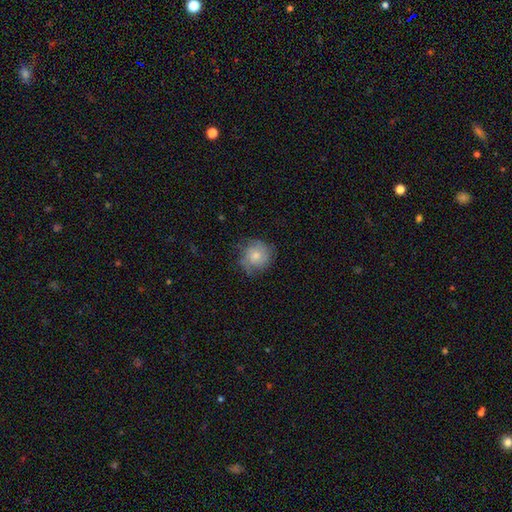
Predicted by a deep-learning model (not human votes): smooth 66%, featured or disk 26%, star or artifact 8%. Down the decision tree: how rounded — round (88%); merging — none (68%).